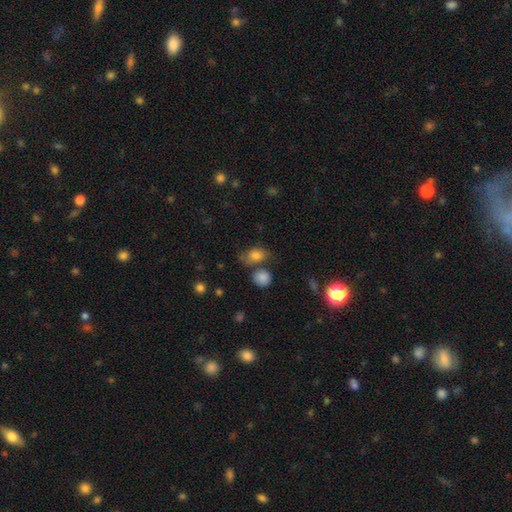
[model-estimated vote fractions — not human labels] This is likely a smooth galaxy (75%). How rounded: likely in between (68%). Merging: possibly none (51%).